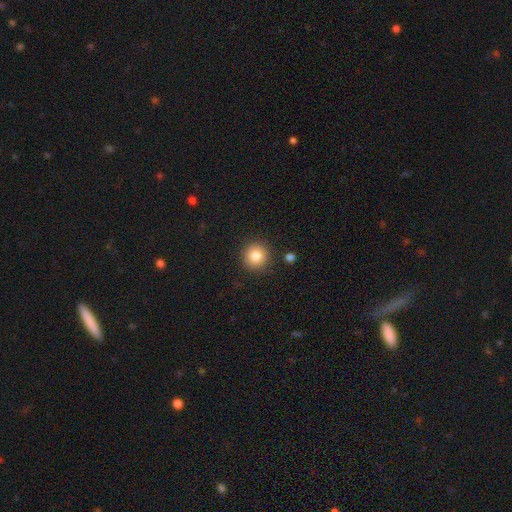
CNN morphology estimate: A smooth galaxy with no disk features (83%) that is round (94%).

Vote fractions:
- Smooth or featured? smooth: 83% / star or artifact: 10% / featured or disk: 6%
- How rounded? round: 94% / in between: 5% / cigar-shaped: 1%
- Merging? none: 89% / minor disturbance: 6% / merger: 2% / major disturbance: 2%